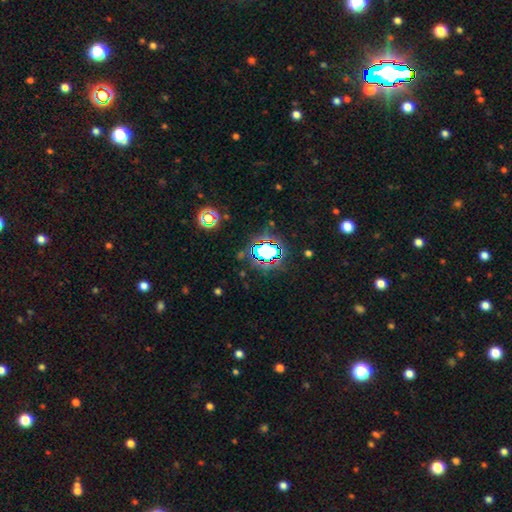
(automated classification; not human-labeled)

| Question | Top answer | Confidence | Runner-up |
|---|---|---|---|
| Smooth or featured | star or artifact | 76% | smooth (15%) |